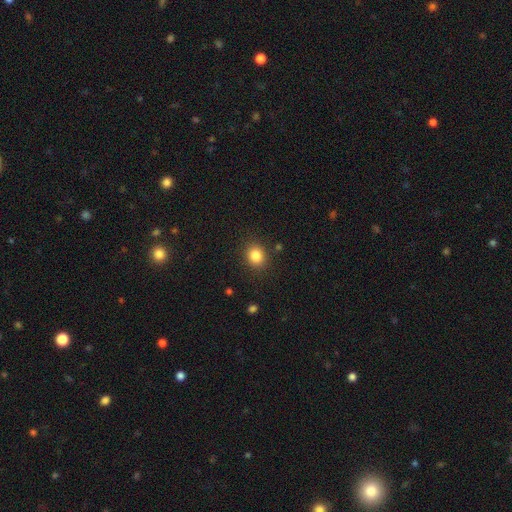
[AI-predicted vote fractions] Q: Smooth or featured?
A: smooth (84%); runner-up: star or artifact (11%)
Q: How rounded?
A: round (69%); runner-up: in between (30%)
Q: Merging?
A: none (88%); runner-up: minor disturbance (8%)